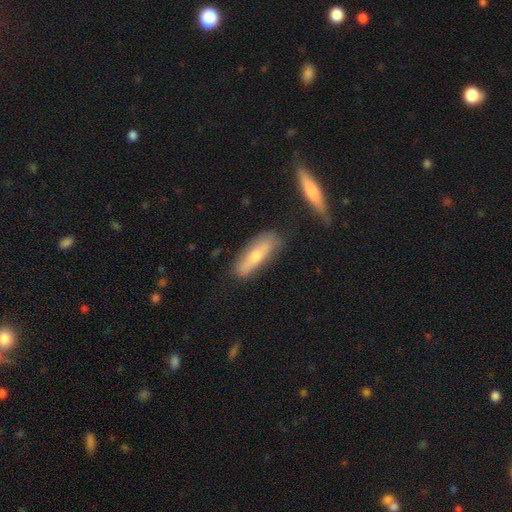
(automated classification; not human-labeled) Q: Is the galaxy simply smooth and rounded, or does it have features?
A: smooth — 59%.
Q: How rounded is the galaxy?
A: cigar-shaped — 53%.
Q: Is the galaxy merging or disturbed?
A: none — 72%.